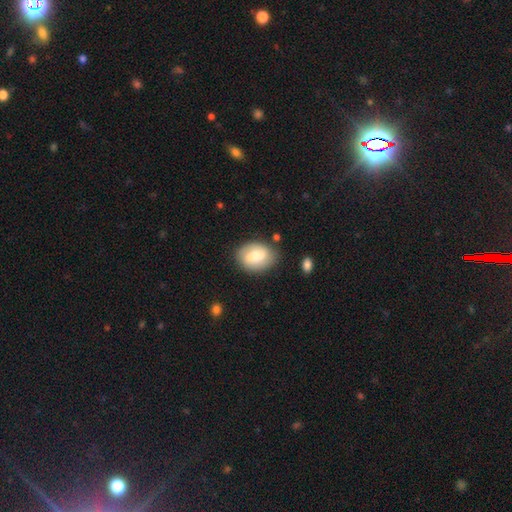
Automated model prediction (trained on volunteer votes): Overall: smooth (55%; featured or disk 38%). How rounded: in between (72%). Merging: none (79%).